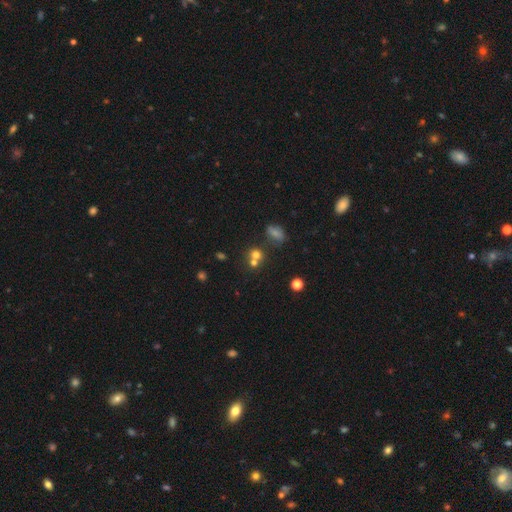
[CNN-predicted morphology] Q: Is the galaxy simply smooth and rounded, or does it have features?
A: smooth — 66%.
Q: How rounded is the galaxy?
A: round — 80%.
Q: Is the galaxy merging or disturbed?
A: none — 47%.